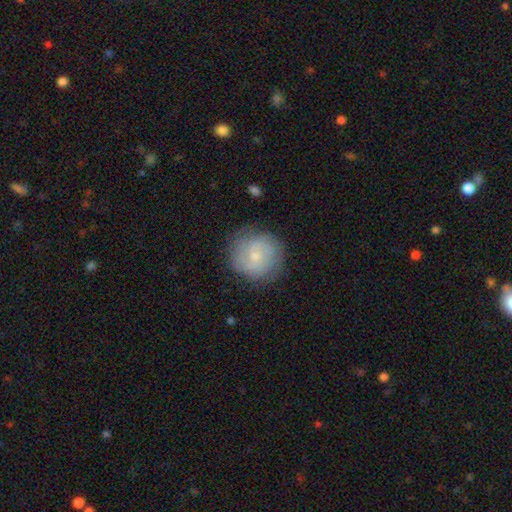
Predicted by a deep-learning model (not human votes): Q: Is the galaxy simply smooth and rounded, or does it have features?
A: featured or disk — 50%.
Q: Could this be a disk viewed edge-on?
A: no — 98%.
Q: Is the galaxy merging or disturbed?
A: none — 80%.